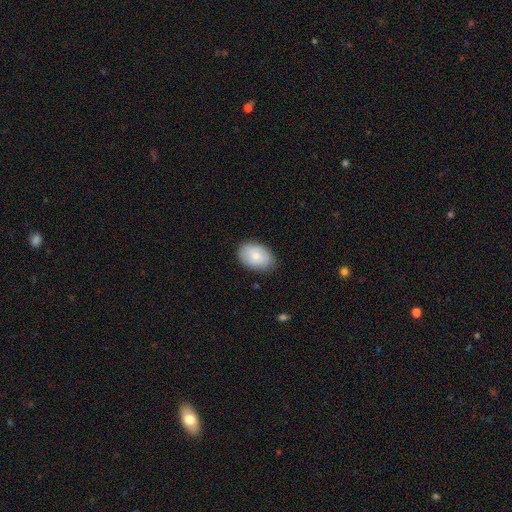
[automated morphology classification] Smooth or featured: smooth — 79% (featured or disk — 14%)
How rounded: in between — 86% (round — 13%)
Merging: none — 81% (minor disturbance — 15%)